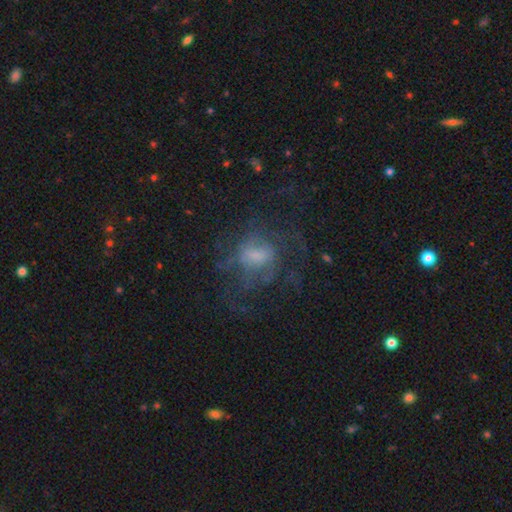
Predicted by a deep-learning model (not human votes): Smooth or featured? featured or disk (56%)
Edge-on disk? no (97%)
Bar? no (55%)
Spiral arms? yes (60%)
Bulge size? moderate (37%)
Merging? none (50%)